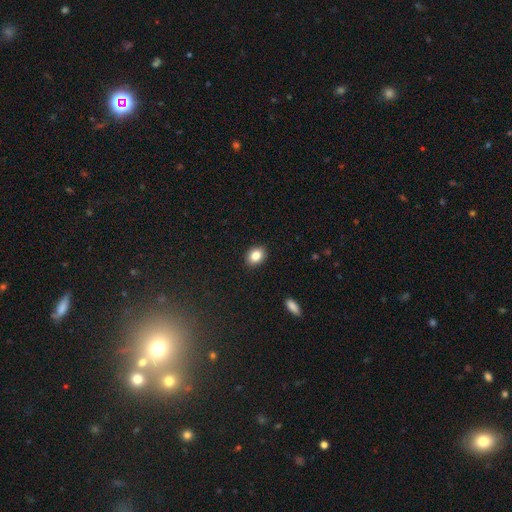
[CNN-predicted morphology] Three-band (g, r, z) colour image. It shows a smooth galaxy with no disk features (84%) that is in between round and cigar-shaped (59%). Merging: none (90%).